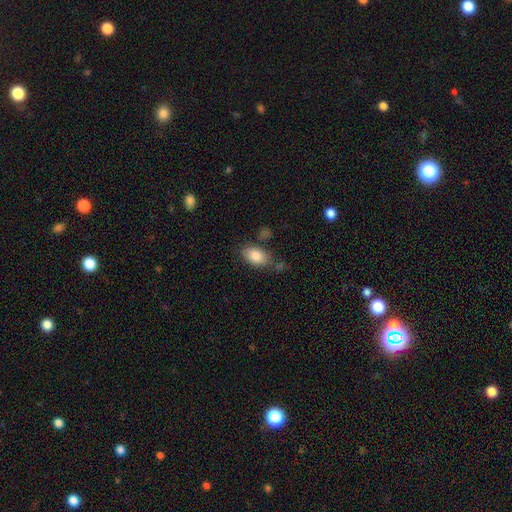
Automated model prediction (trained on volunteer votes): This is clearly a smooth galaxy (85%). How rounded: clearly in between (90%). Merging: likely none (67%).